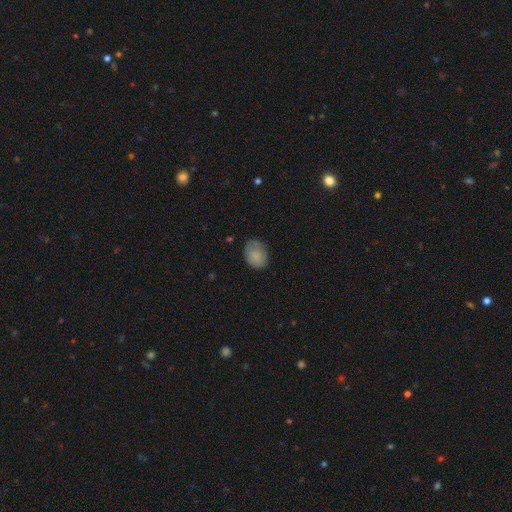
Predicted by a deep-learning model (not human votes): smooth 84%, featured or disk 9%, star or artifact 7%. Down the decision tree: how rounded — in between (63%); merging — none (73%).